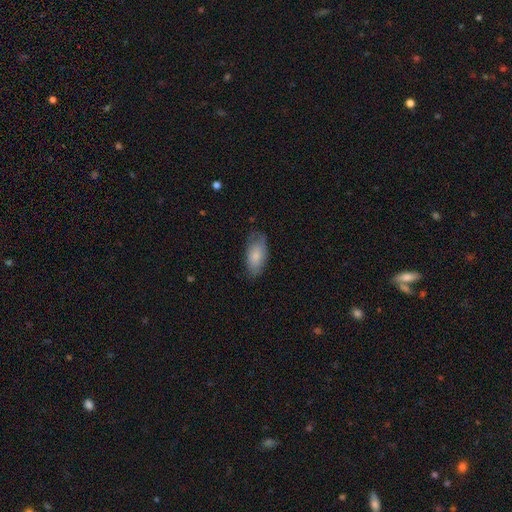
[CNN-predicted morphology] smooth 78%, featured or disk 16%, star or artifact 6%. Down the decision tree: how rounded — in between (92%); merging — none (67%).